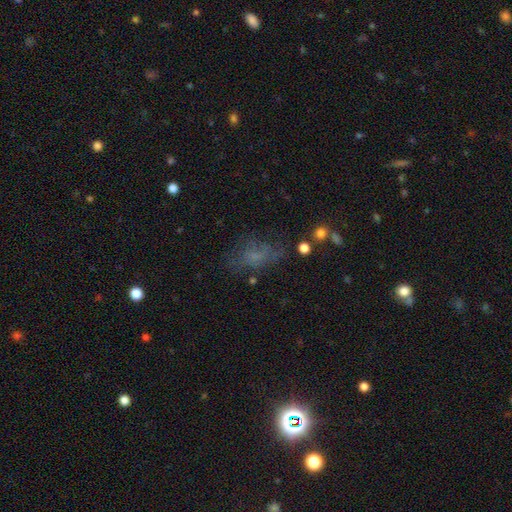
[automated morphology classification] smooth_or_featured: smooth (p=0.47) [alt: featured or disk p=0.29]
merging: none (p=0.52) [alt: minor disturbance p=0.22]